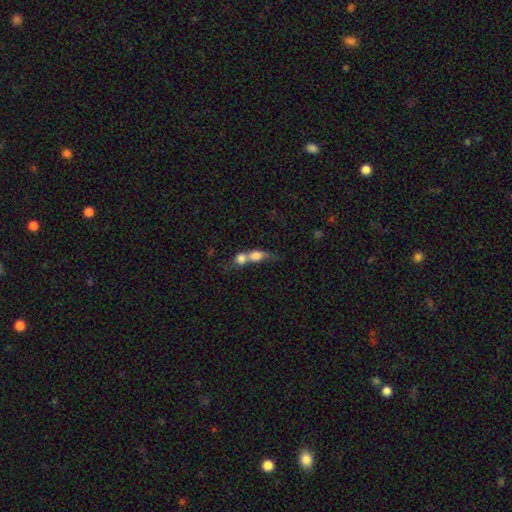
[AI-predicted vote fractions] Smooth or featured? Predicted: smooth (p=0.70). How rounded? Predicted: round (p=0.46). Merging? Predicted: merger (p=0.79).